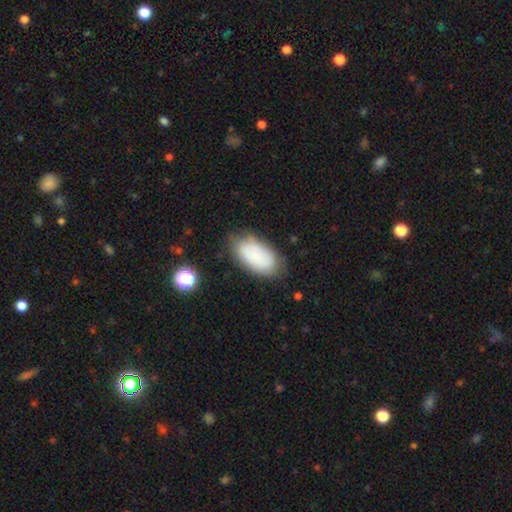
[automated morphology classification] Smooth or featured? Predicted: smooth (p=0.82). How rounded? Predicted: in between (p=0.94). Merging? Predicted: none (p=0.75).